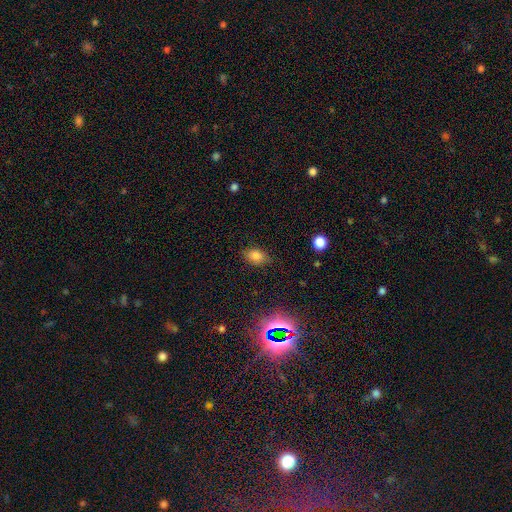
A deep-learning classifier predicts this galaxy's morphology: Smooth or featured?
  - smooth: 80% *
  - star or artifact: 13%
  - featured or disk: 6%
How rounded?
  - in between: 78% *
  - round: 20%
  - cigar-shaped: 2%
Merging?
  - none: 80% *
  - minor disturbance: 15%
  - major disturbance: 4%
  - merger: 1%